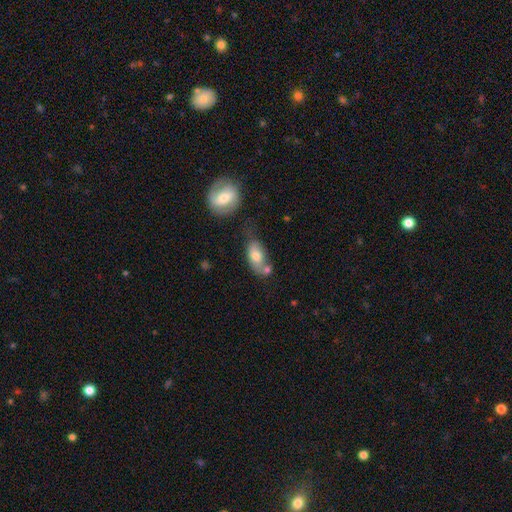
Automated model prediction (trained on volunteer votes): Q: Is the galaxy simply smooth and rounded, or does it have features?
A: smooth — 72%.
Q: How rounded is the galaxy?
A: in between — 87%.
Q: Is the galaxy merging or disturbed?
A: none — 44%.